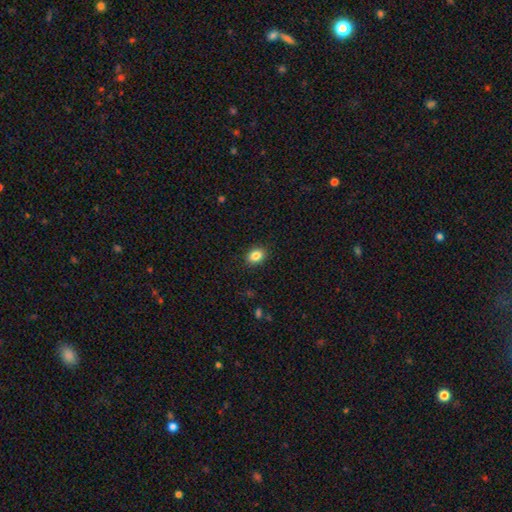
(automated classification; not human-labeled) The model was most divided on "how rounded": in between: 67%, round: 32%, cigar-shaped: 1%. More confident: merging — none (89%); smooth or featured — smooth (85%).